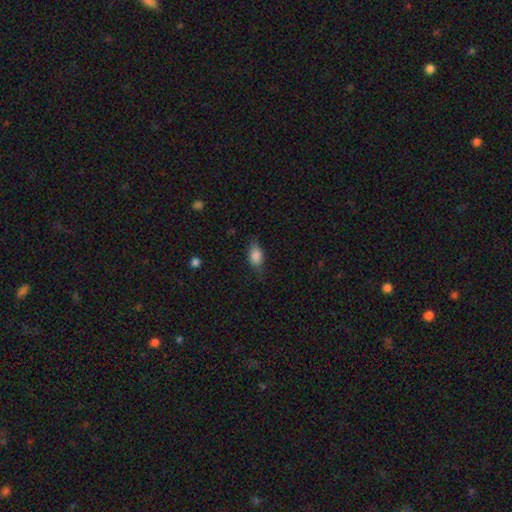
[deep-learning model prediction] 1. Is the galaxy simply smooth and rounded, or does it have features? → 83% smooth, 8% star or artifact, 8% featured or disk.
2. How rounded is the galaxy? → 82% in between, 15% round, 3% cigar-shaped.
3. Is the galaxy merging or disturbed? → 66% none, 25% minor disturbance, 7% major disturbance, 1% merger.